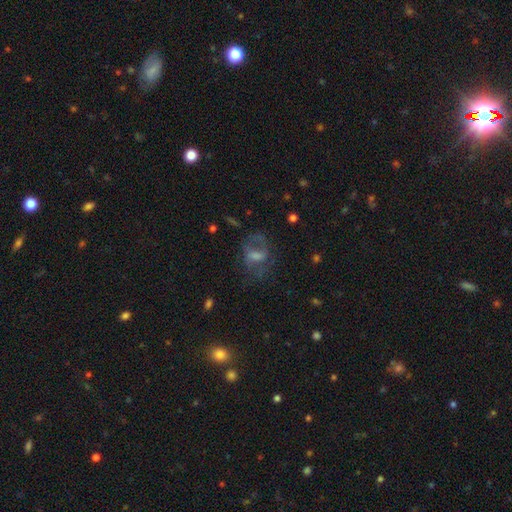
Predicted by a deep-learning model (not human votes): Smooth or featured: featured or disk — 51% (smooth — 28%)
Edge-on disk: no — 95% (yes — 5%)
Merging: none — 54% (major disturbance — 24%)